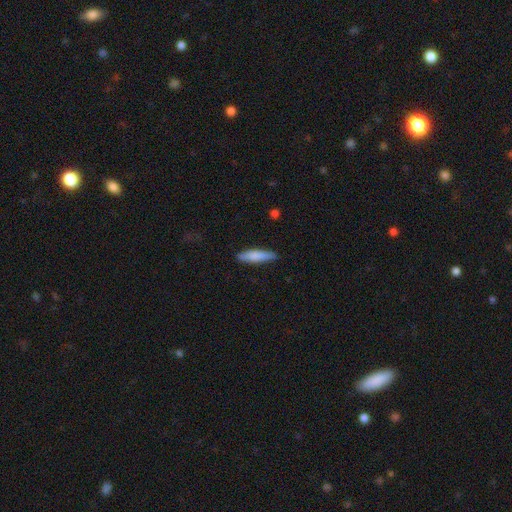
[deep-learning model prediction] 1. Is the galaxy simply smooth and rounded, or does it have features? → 77% smooth, 17% featured or disk, 5% star or artifact.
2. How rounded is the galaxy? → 80% cigar-shaped, 19% in between, 1% round.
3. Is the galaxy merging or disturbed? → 85% none, 12% minor disturbance, 2% major disturbance, 1% merger.